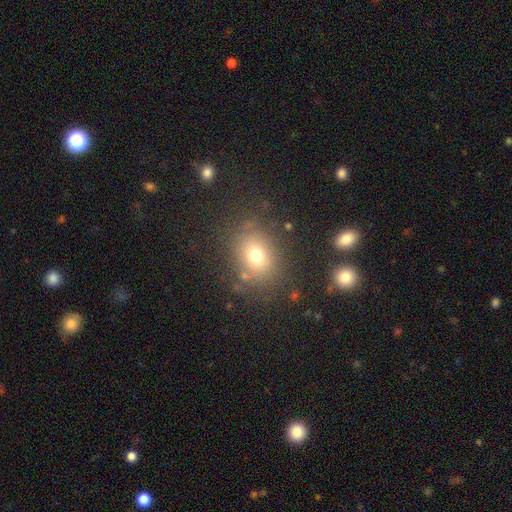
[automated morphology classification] Smooth or featured? smooth (73%)
How rounded? round (51%)
Merging? none (79%)